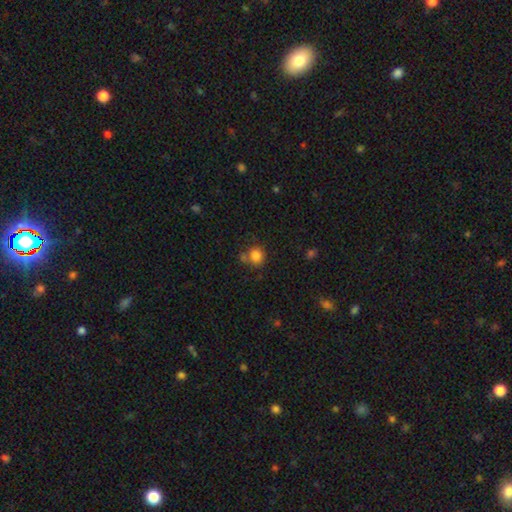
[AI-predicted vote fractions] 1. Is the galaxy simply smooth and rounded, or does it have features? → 83% smooth, 11% star or artifact, 6% featured or disk.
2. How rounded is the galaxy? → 88% round, 11% in between, 1% cigar-shaped.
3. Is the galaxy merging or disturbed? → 65% none, 16% minor disturbance, 14% merger, 5% major disturbance.